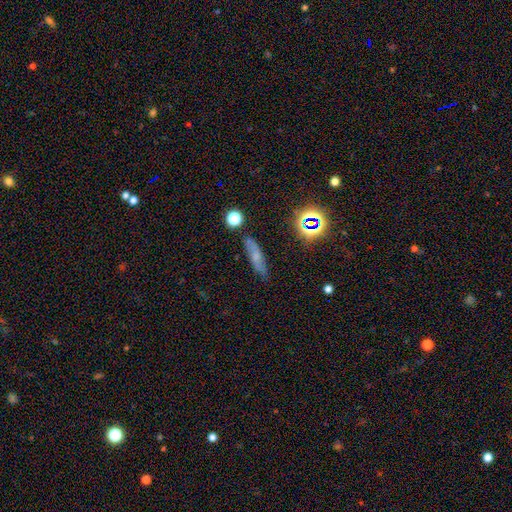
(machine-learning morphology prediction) Smooth or featured? Predicted: smooth (p=0.53). How rounded? Predicted: cigar-shaped (p=0.58). Merging? Predicted: none (p=0.76).